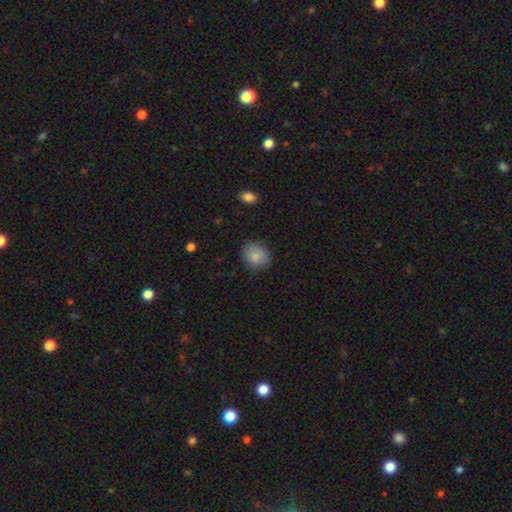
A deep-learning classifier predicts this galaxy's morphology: The model was most divided on "how rounded": round: 61%, in between: 38%, cigar-shaped: 1%. More confident: smooth or featured — smooth (85%); merging — none (79%).